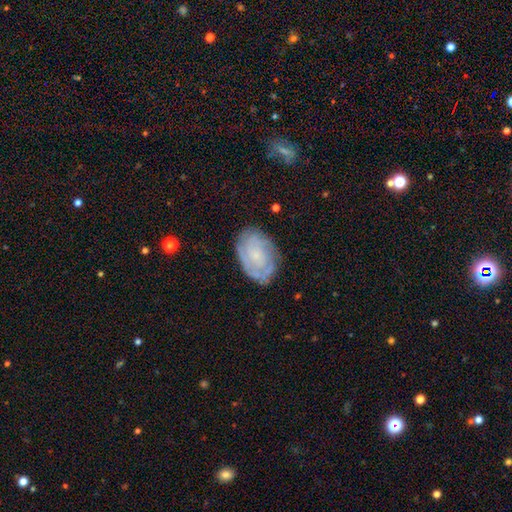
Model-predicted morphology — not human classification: This is likely a featured or disk galaxy (67%). It is clearly not viewed edge-on (97%). Bar: likely no (77%). Spiral arm pattern: clearly yes (88%). Spiral arm count: possibly can't tell (48%). Spiral winding: likely tight (68%). Central bulge: likely small (67%). Merging: likely none (76%).